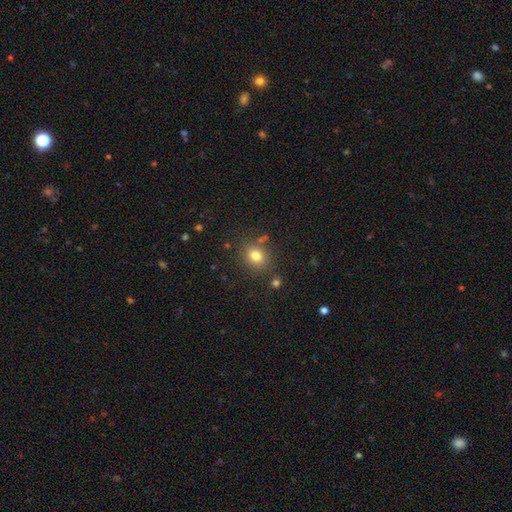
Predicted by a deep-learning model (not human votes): Smooth or featured? Predicted: smooth (p=0.79). How rounded? Predicted: round (p=0.62). Merging? Predicted: none (p=0.80).